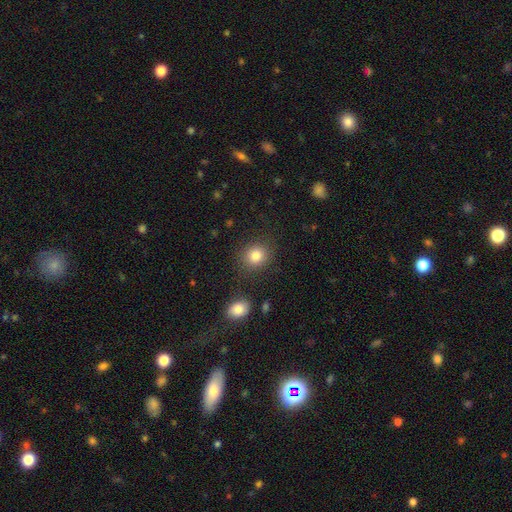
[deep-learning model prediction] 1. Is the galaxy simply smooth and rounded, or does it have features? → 83% smooth, 10% star or artifact, 7% featured or disk.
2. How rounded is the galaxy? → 77% round, 22% in between, 1% cigar-shaped.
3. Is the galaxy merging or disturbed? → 84% none, 9% minor disturbance, 4% merger, 3% major disturbance.